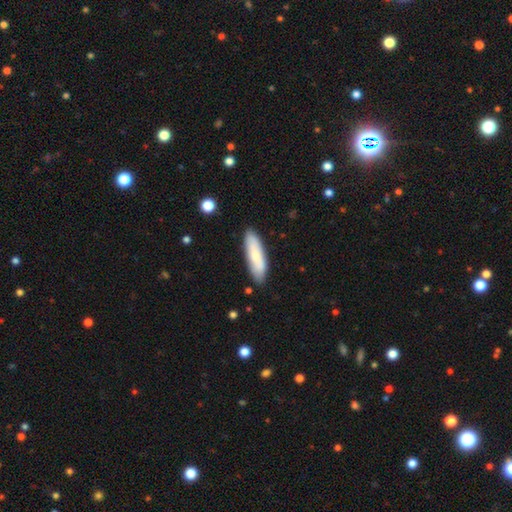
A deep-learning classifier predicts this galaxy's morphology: A smooth galaxy with no disk features (74%) that is cigar-shaped (56%). Merging: none (85%).